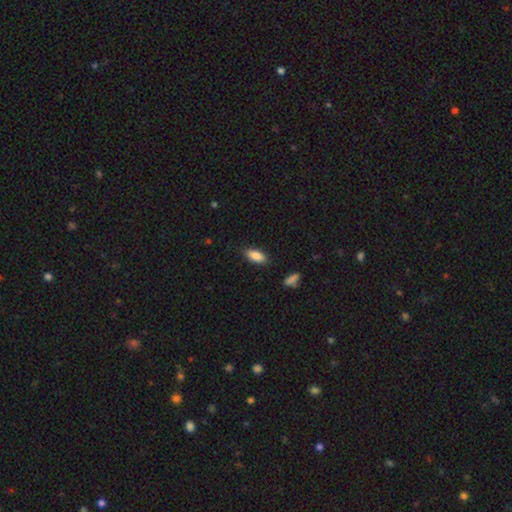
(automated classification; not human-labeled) Morphology: type=smooth (87%); roundness=in between (86%); merging=none (84%).